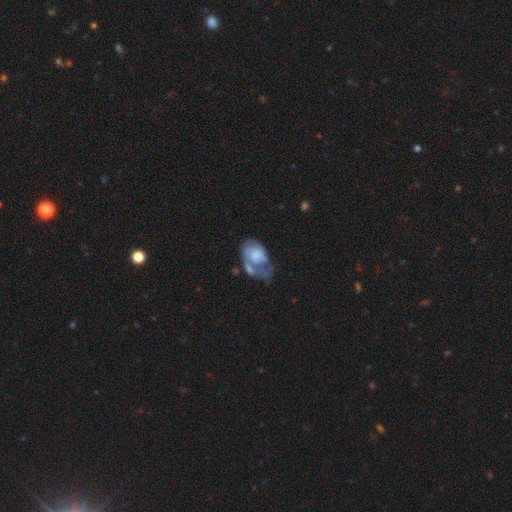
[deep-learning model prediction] Smooth or featured: smooth — 54% (featured or disk — 38%)
How rounded: in between — 80% (round — 18%)
Merging: major disturbance — 36% (merger — 24%)